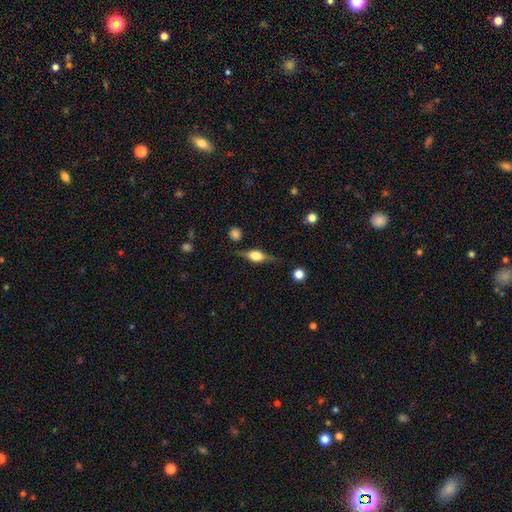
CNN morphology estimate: This appears to be a featured or disk galaxy (68%) viewed edge-on (96%) with a rounded central bulge (90%). Merging: none (81%).